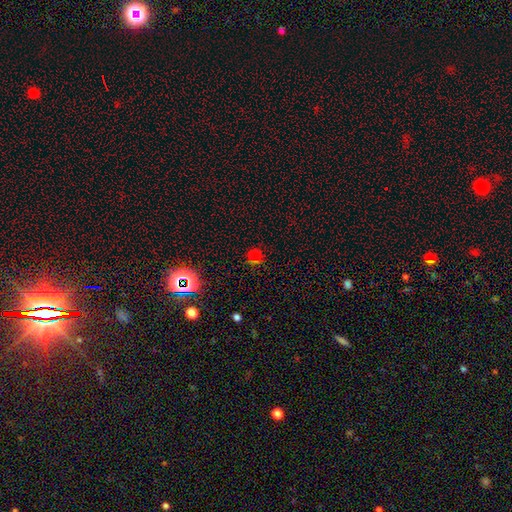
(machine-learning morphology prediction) Overall: smooth (56%; star or artifact 37%). How rounded: round (89%). Merging: none (79%).